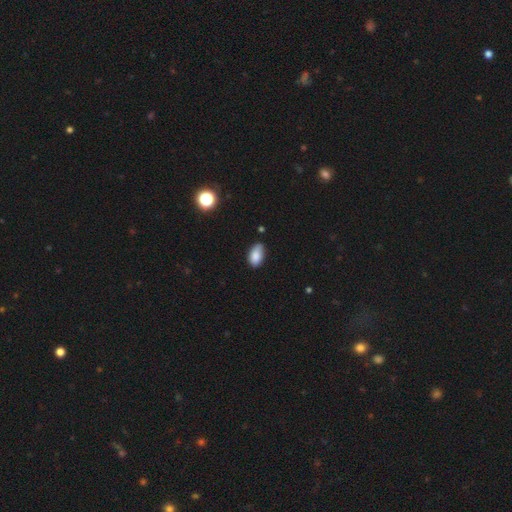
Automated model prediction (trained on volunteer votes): A smooth galaxy with no disk features (84%) that is in between round and cigar-shaped (93%).

Vote fractions:
- Smooth or featured? smooth: 84% / star or artifact: 8% / featured or disk: 7%
- How rounded? in between: 93% / round: 5% / cigar-shaped: 2%
- Merging? none: 65% / minor disturbance: 29% / major disturbance: 4% / merger: 2%